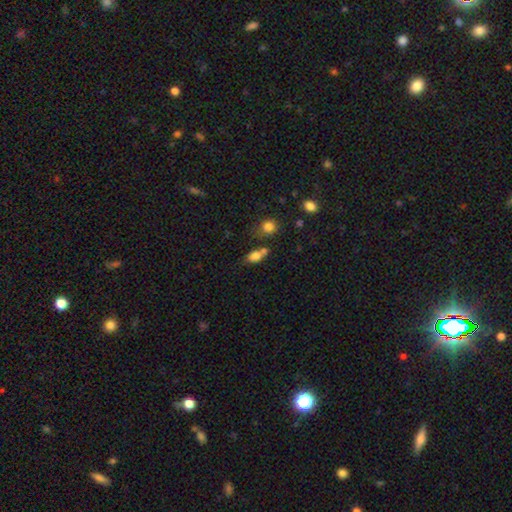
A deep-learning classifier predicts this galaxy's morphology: smooth_or_featured: smooth (p=0.79) [alt: featured or disk p=0.11]
how_rounded: in between (p=0.77) [alt: round p=0.18]
merging: none (p=0.42) [alt: merger p=0.33]